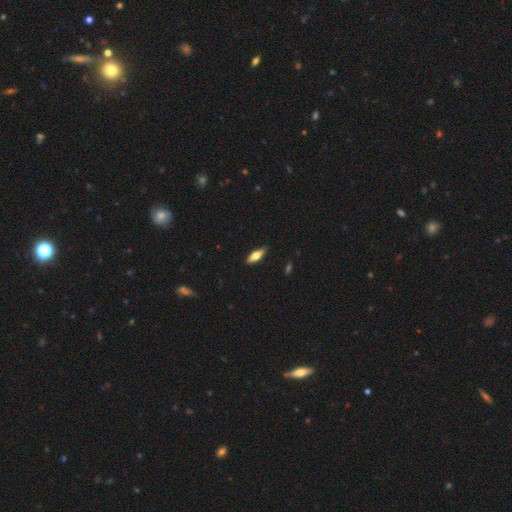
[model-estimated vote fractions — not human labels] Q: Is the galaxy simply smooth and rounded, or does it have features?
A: smooth — 56%.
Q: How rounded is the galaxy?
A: in between — 58%.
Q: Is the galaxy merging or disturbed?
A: none — 88%.